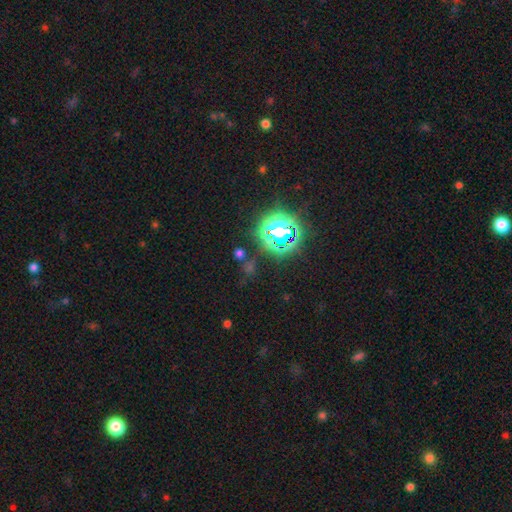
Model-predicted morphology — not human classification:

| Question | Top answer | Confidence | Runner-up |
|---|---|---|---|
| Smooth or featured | star or artifact | 82% | smooth (12%) |